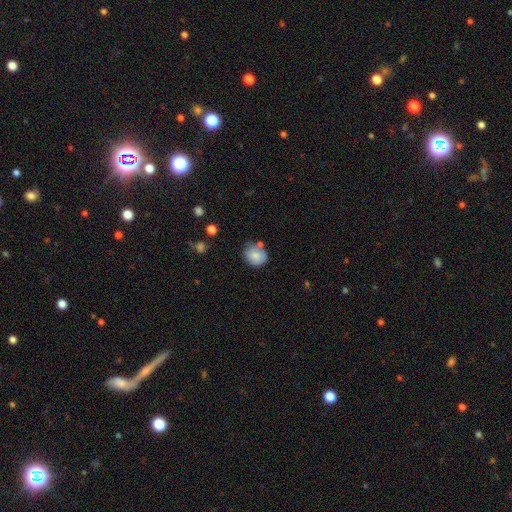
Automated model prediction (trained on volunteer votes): smooth_or_featured: smooth (p=0.82) [alt: featured or disk p=0.09]
how_rounded: round (p=0.73) [alt: in between p=0.27]
merging: none (p=0.67) [alt: minor disturbance p=0.19]